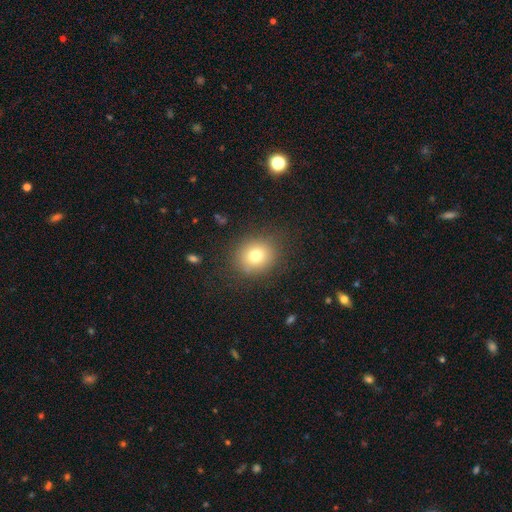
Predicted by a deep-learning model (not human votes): A smooth galaxy with no disk features (76%) that is round (79%). Merging: none (85%).